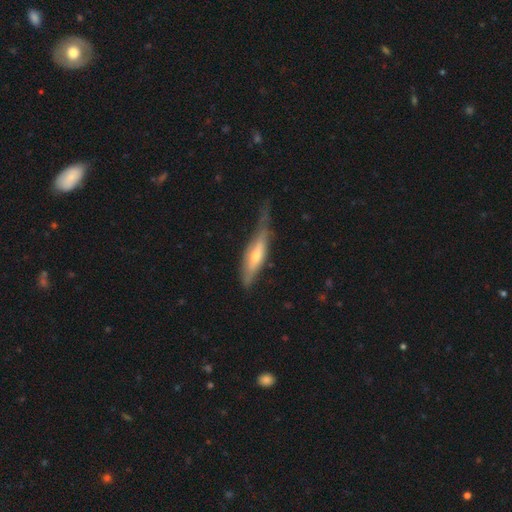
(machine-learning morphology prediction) smooth-or-featured: featured or disk: 51% | smooth: 43% | star or artifact: 6%
  disk-edge-on: yes: 75% | no: 25%
  merging: none: 42% | minor disturbance: 37% | major disturbance: 19% | merger: 2%